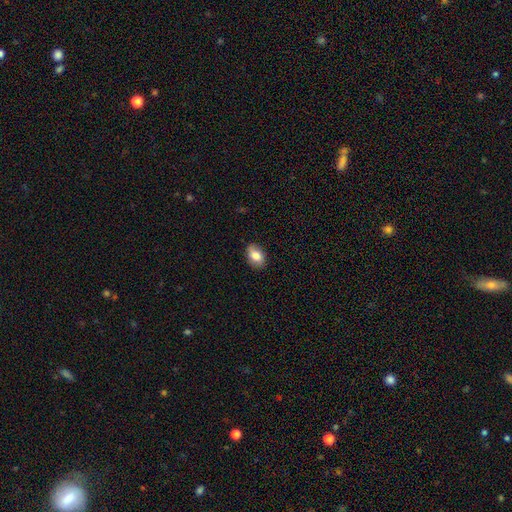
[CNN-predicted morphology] This is clearly a smooth galaxy (80%). How rounded: clearly in between (83%). Merging: clearly none (84%).